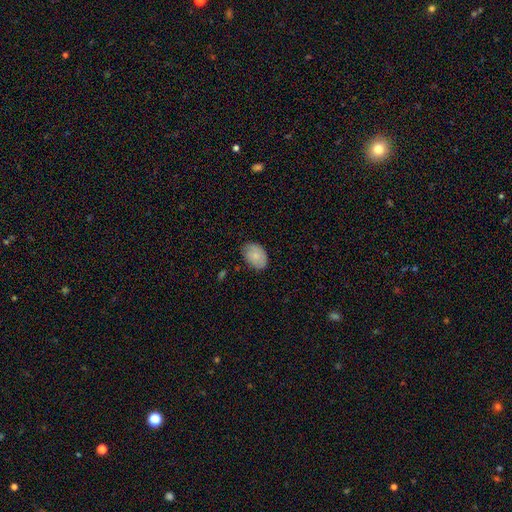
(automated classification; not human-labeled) Morphology: type=smooth (76%); roundness=in between (81%); merging=none (71%).